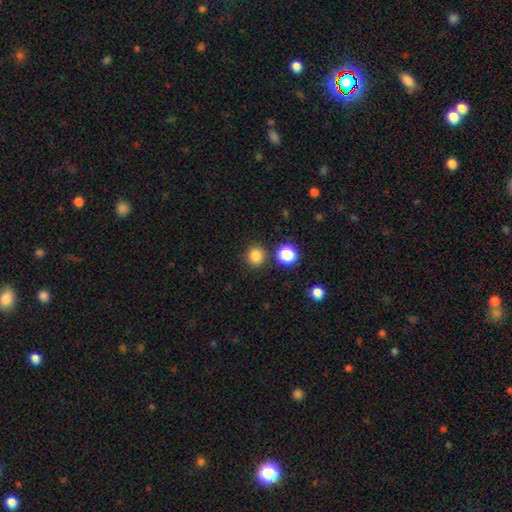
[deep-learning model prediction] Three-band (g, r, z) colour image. It shows a smooth galaxy with no disk features (82%) that is round (92%). Merging: none (86%).